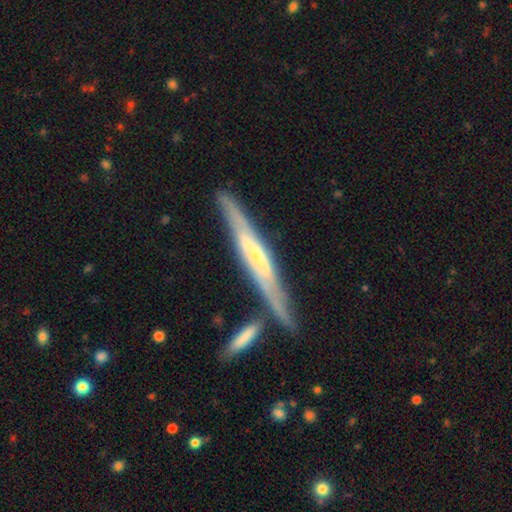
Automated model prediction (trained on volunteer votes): A featured or disk galaxy (74%) viewed edge-on (86%) with a rounded central bulge (50%).

Vote fractions:
- Smooth or featured? featured or disk: 74% / smooth: 21% / star or artifact: 5%
- Edge-on disk? yes: 86% / no: 14%
- Edge-on bulge? rounded: 50% / none: 39% / boxy: 11%
- Merging? none: 70% / minor disturbance: 14% / merger: 13% / major disturbance: 3%